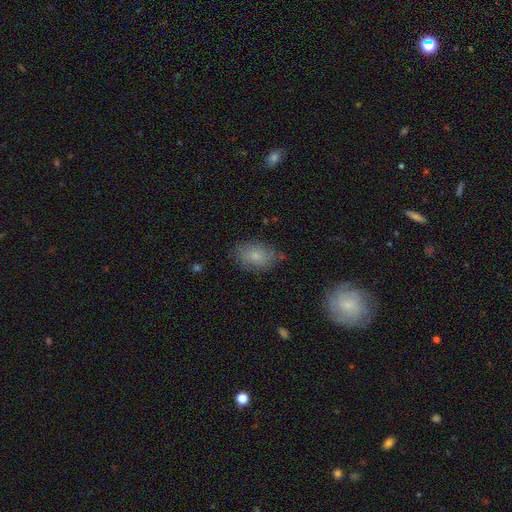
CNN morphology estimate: Overall: smooth (74%). How rounded: in between (85%). Merging: none (73%).